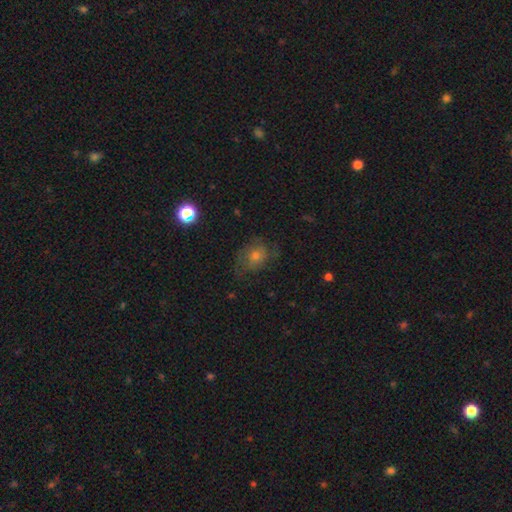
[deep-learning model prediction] This appears to be a smooth galaxy with no disk features (48%). Merging: none (61%).